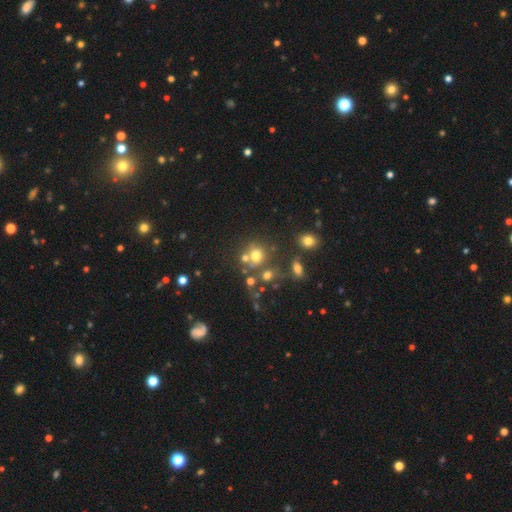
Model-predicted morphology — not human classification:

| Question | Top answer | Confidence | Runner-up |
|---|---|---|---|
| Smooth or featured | smooth | 66% | star or artifact (19%) |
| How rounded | round | 76% | in between (23%) |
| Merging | none | 49% | merger (31%) |